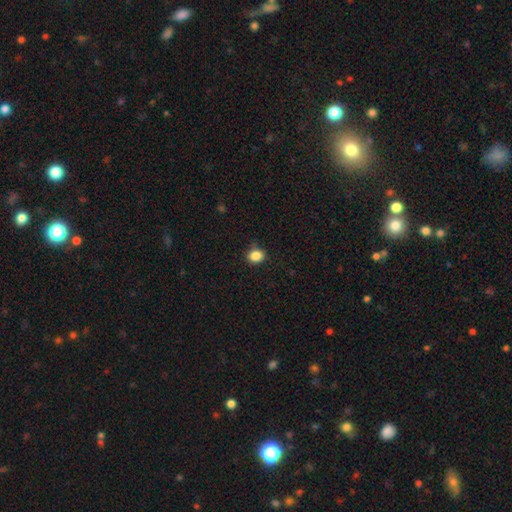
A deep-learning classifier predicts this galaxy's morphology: The model was most divided on "how rounded": round: 59%, in between: 41%, cigar-shaped: 1%. More confident: smooth or featured — smooth (86%); merging — none (83%).